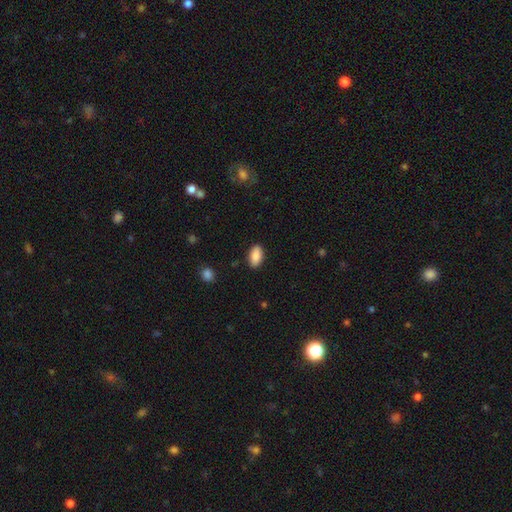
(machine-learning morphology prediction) type=smooth (87%); roundness=in between (92%); merging=none (88%).